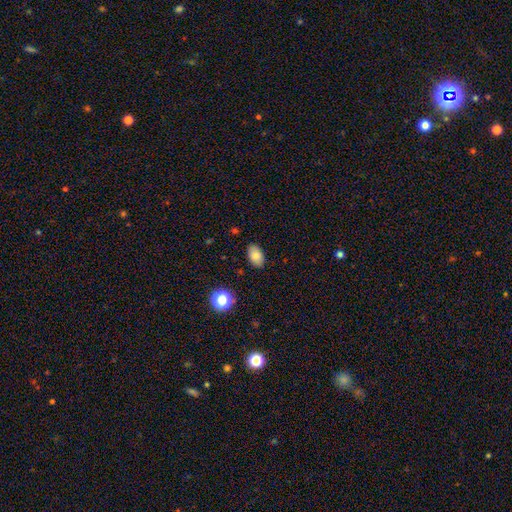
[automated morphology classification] smooth_or_featured: smooth (p=0.81) [alt: featured or disk p=0.10]
how_rounded: in between (p=0.90) [alt: round p=0.08]
merging: none (p=0.86) [alt: minor disturbance p=0.10]